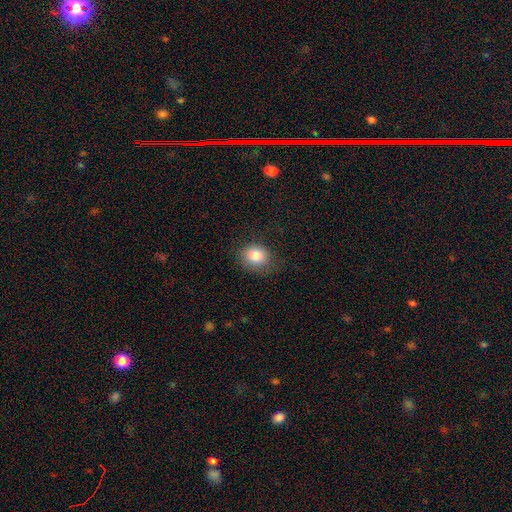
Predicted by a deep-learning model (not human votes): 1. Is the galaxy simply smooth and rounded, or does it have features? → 83% smooth, 10% star or artifact, 7% featured or disk.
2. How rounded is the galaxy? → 64% round, 35% in between, 1% cigar-shaped.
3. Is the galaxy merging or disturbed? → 77% none, 16% minor disturbance, 6% major disturbance, 1% merger.